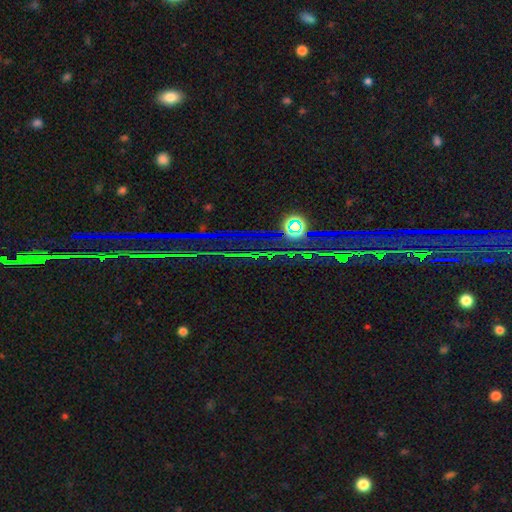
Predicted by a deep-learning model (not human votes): Smooth or featured? star or artifact (78%)